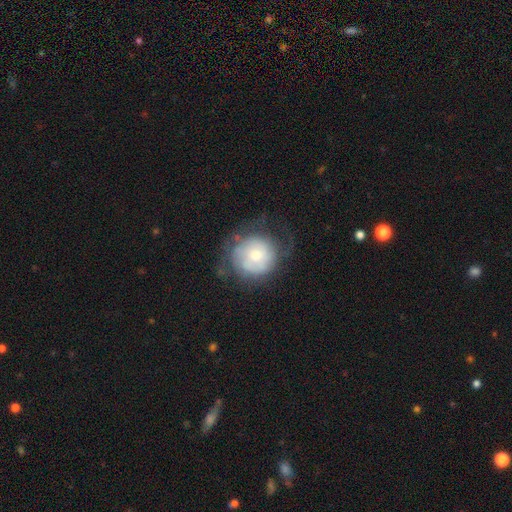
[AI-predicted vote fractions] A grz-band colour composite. It shows a smooth galaxy with no disk features (48%). Merging: none (51%).